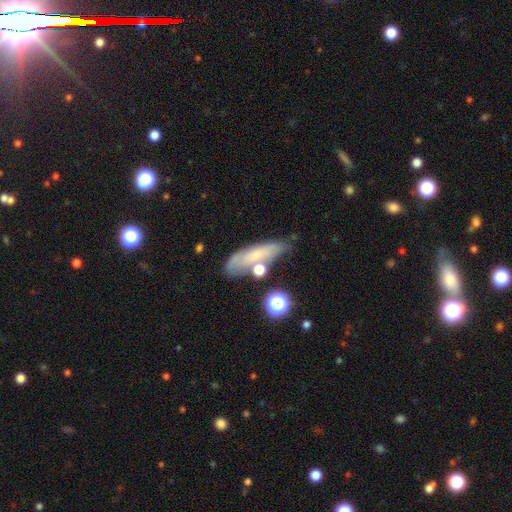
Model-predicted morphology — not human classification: smooth-or-featured: smooth: 52% | featured or disk: 35% | star or artifact: 13%
  how-rounded: cigar-shaped: 49% | in between: 44% | round: 7%
  merging: none: 56% | minor disturbance: 22% | merger: 12% | major disturbance: 9%